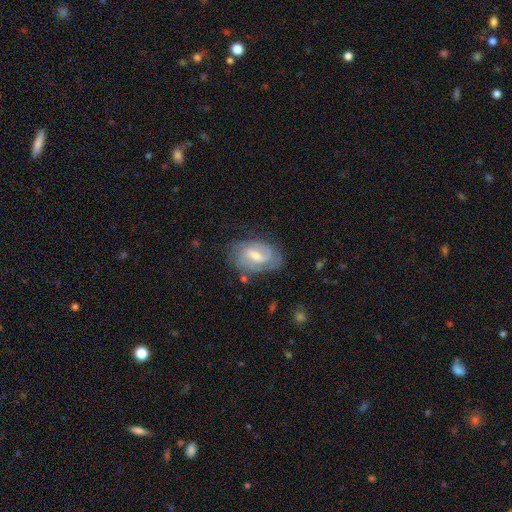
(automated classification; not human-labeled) Morphology: type=featured or disk (76%); edge-on=no (97%); bar=weak (57%); spiral arms=yes (91%); winding=tight (45%); arm count=2 (62%); bulge=moderate (49%); merging=none (67%).